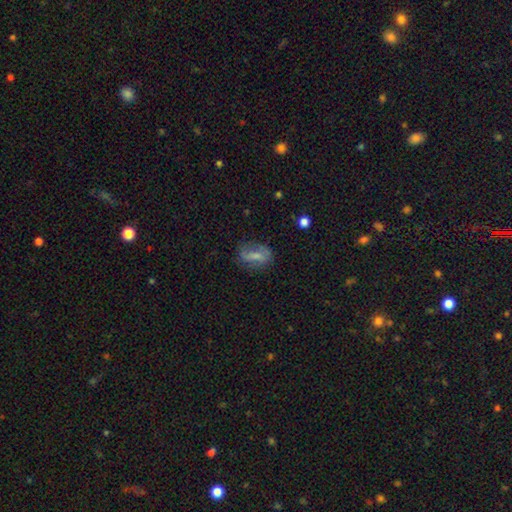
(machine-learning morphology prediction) This appears to be a smooth galaxy with no disk features (54%) that is in between round and cigar-shaped (75%). Merging: none (57%).